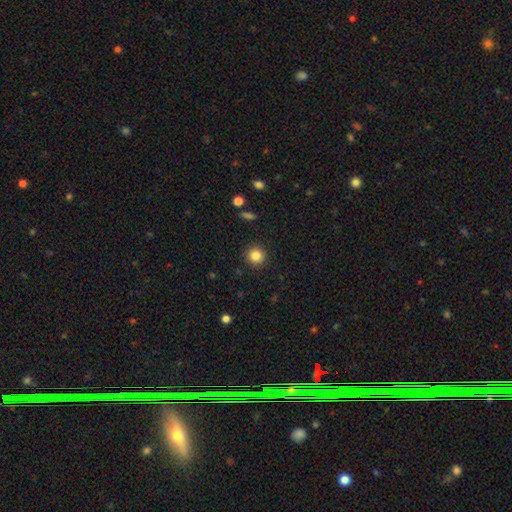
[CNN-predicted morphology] Smooth or featured? smooth (85%)
How rounded? round (94%)
Merging? none (91%)